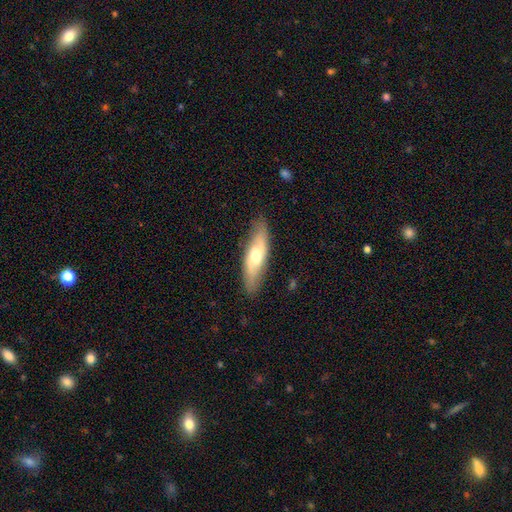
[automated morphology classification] A smooth galaxy with no disk features (51%) that is cigar-shaped (52%). Merging: none (84%).